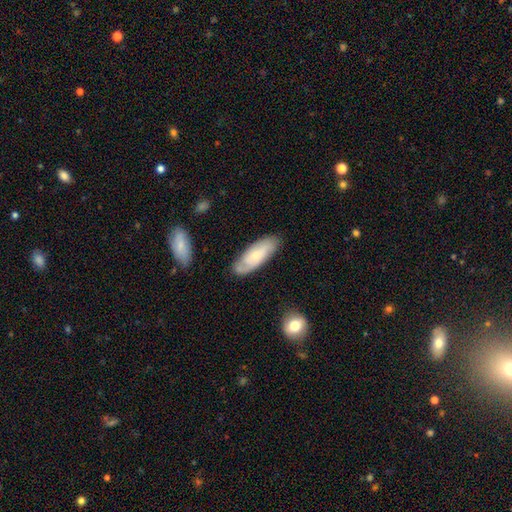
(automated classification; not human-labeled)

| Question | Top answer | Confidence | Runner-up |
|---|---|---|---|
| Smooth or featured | smooth | 52% | featured or disk (41%) |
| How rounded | in between | 69% | cigar-shaped (29%) |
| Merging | none | 77% | minor disturbance (17%) |